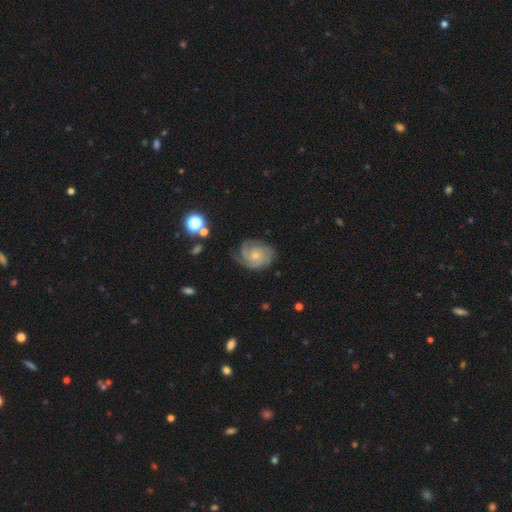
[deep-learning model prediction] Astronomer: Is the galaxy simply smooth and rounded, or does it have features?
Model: featured or disk — 79%.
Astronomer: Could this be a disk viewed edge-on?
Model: no — 98%.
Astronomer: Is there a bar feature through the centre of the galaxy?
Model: no — 76%.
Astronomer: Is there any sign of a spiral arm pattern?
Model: yes — 95%.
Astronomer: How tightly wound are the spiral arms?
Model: tight — 57% (runner-up: medium, 33%).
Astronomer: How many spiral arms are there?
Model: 3 — 34% (runner-up: can't tell, 26%).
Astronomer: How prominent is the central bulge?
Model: small — 65%.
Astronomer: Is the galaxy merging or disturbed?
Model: none — 68%.